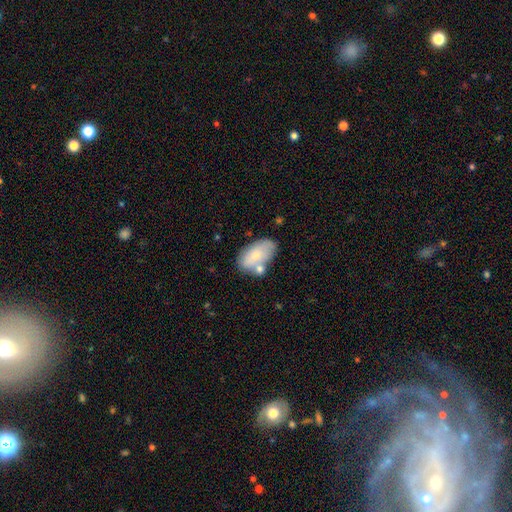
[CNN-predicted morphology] smooth-or-featured: smooth: 70% | featured or disk: 24% | star or artifact: 7%
  how-rounded: in between: 93% | round: 5% | cigar-shaped: 2%
  merging: none: 53% | minor disturbance: 21% | merger: 20% | major disturbance: 6%